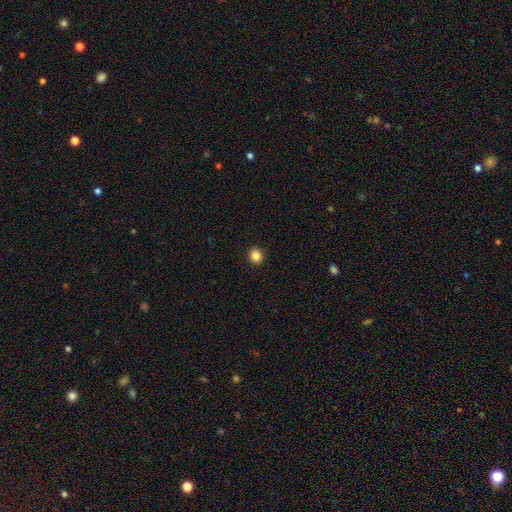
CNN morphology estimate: A smooth galaxy with no disk features (85%) that is round (92%). Merging: none (94%).